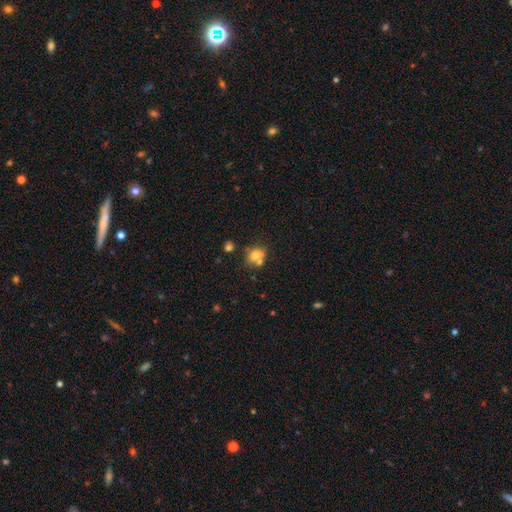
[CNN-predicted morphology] This is likely a smooth galaxy (65%). How rounded: likely round (65%). Merging: marginally none (43%).